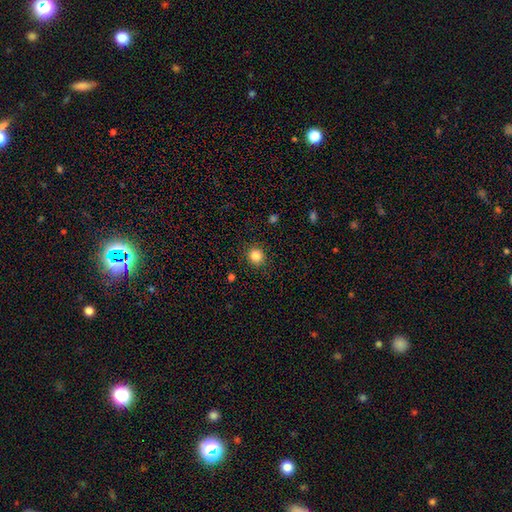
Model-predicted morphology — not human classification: A smooth galaxy with no disk features (84%) that is round (90%).

Vote fractions:
- Smooth or featured? smooth: 84% / star or artifact: 11% / featured or disk: 4%
- How rounded? round: 90% / in between: 9% / cigar-shaped: 1%
- Merging? none: 89% / minor disturbance: 7% / major disturbance: 2% / merger: 1%